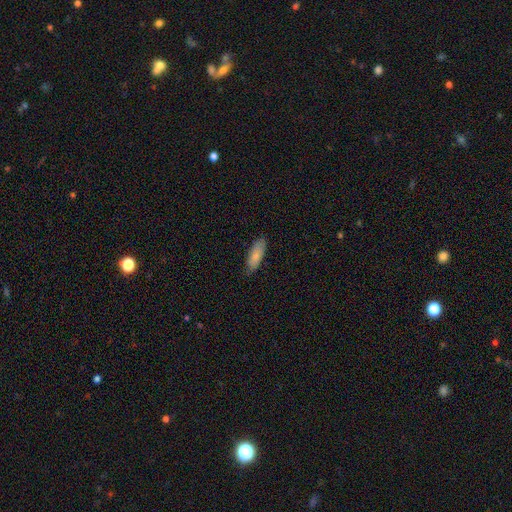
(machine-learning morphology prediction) type=smooth (83%); roundness=in between (66%); merging=none (80%).